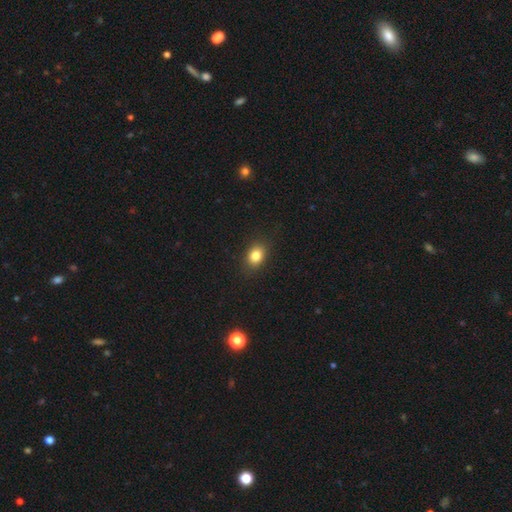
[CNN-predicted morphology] This is clearly a smooth galaxy (82%). How rounded: likely in between (62%). Merging: clearly none (86%).